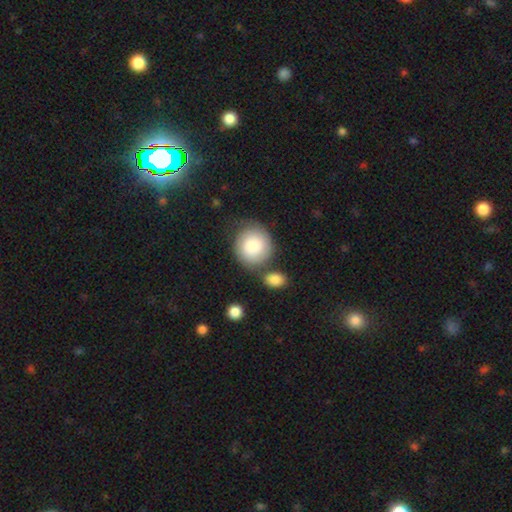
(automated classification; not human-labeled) This is likely a smooth galaxy (72%). How rounded: clearly round (85%). Merging: likely none (67%).